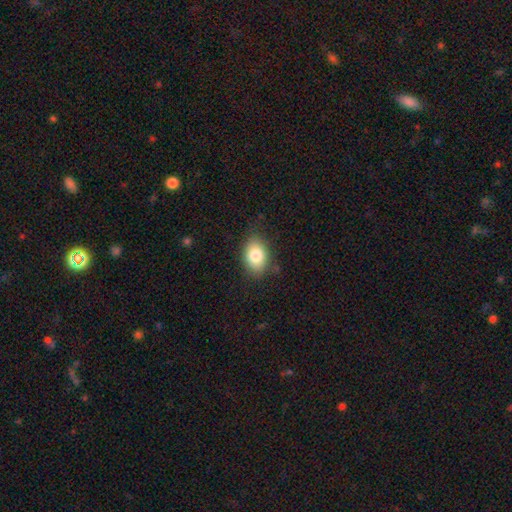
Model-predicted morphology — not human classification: Smooth or featured?
  - smooth: 81% *
  - featured or disk: 10%
  - star or artifact: 8%
How rounded?
  - in between: 84% *
  - round: 15%
  - cigar-shaped: 1%
Merging?
  - none: 81% *
  - minor disturbance: 15%
  - major disturbance: 3%
  - merger: 1%